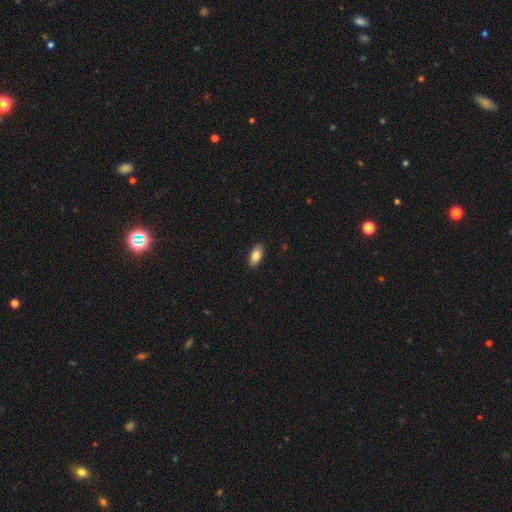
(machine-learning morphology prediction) A smooth galaxy with no disk features (83%) that is in between round and cigar-shaped (91%).

Vote fractions:
- Smooth or featured? smooth: 83% / featured or disk: 10% / star or artifact: 7%
- How rounded? in between: 91% / cigar-shaped: 7% / round: 3%
- Merging? none: 89% / minor disturbance: 8% / major disturbance: 2% / merger: 1%